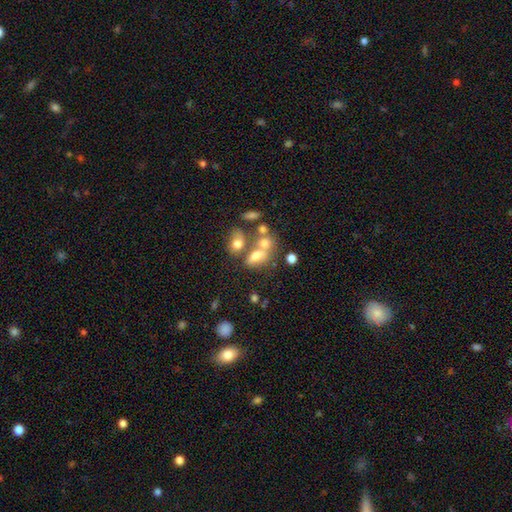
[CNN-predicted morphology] The model was most divided on "merging": merger: 47%, none: 30%, minor disturbance: 13%, major disturbance: 10%. More confident: how rounded — in between (75%); smooth or featured — smooth (64%).